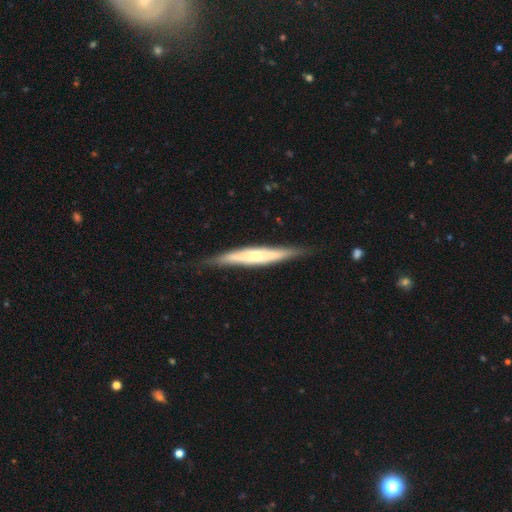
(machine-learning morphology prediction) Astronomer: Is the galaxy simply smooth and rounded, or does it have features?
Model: featured or disk — 58% (runner-up: smooth, 37%).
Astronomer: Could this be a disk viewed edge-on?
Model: yes — 90%.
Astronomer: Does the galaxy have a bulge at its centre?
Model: rounded — 54%.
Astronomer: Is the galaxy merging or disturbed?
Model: none — 81%.